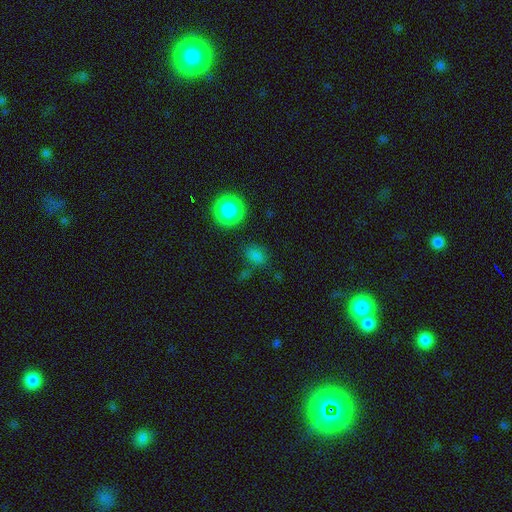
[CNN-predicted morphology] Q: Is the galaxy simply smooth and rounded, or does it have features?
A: smooth — 75%.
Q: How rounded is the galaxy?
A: in between — 52%.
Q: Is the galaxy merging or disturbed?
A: none — 74%.